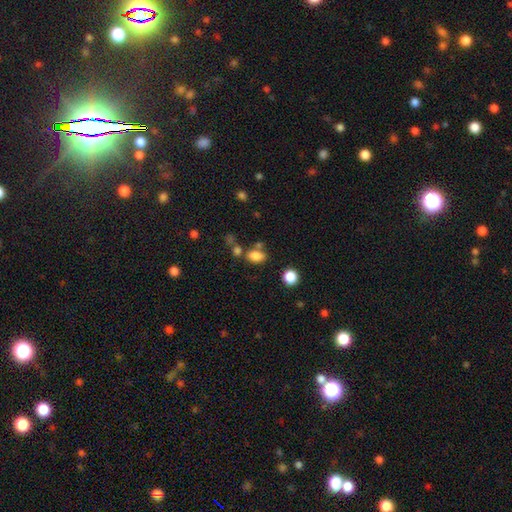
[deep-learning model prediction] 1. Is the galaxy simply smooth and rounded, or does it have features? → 81% smooth, 12% star or artifact, 7% featured or disk.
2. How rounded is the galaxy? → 81% in between, 18% round, 2% cigar-shaped.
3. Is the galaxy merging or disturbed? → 62% none, 19% merger, 14% minor disturbance, 5% major disturbance.